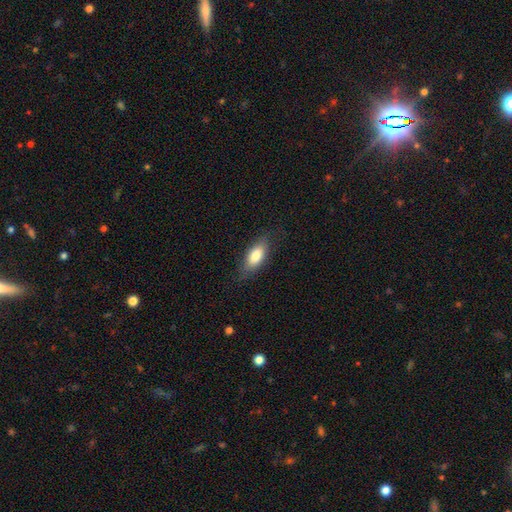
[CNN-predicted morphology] smooth 78%, featured or disk 15%, star or artifact 7%. Down the decision tree: how rounded — in between (80%); merging — none (79%).